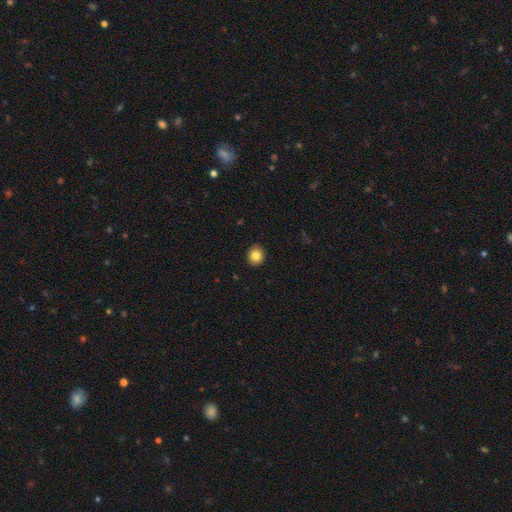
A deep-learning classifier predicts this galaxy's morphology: Smooth or featured: smooth — 83% (star or artifact — 10%)
How rounded: round — 79% (in between — 20%)
Merging: none — 91% (minor disturbance — 6%)